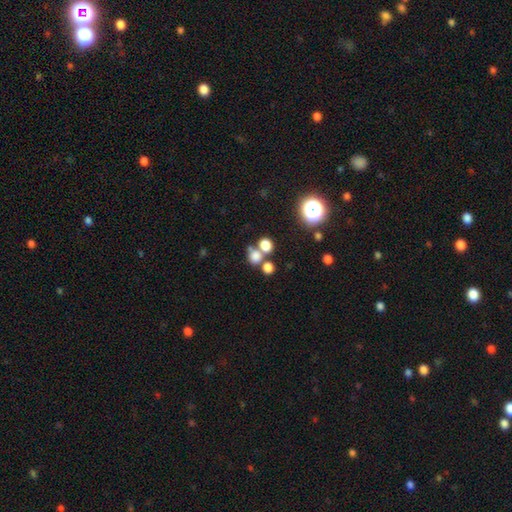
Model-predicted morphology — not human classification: smooth 74%, star or artifact 18%, featured or disk 9%. Down the decision tree: how rounded — round (75%); merging — none (48%).